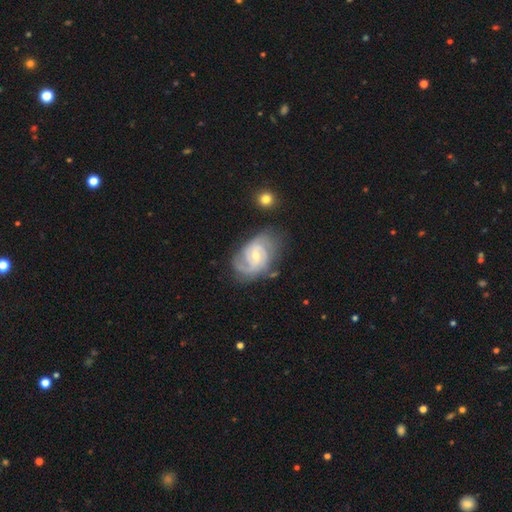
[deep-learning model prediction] smooth-or-featured: featured or disk: 88% | smooth: 8% | star or artifact: 5%
  disk-edge-on: no: 97% | yes: 3%
    bar: weak: 51% | no: 39% | strong: 10%
    has-spiral-arms: yes: 97% | no: 3%
      spiral-winding: tight: 45% | medium: 44% | loose: 11%
      spiral-arm-count: 2: 49% | 3: 25% | can't tell: 14% | 1: 4% | 4: 4% | more than 4: 3%
    bulge-size: small: 52% | moderate: 44% | large: 2% | none: 1% | dominant: 1%
  merging: none: 64% | minor disturbance: 22% | major disturbance: 10% | merger: 3%